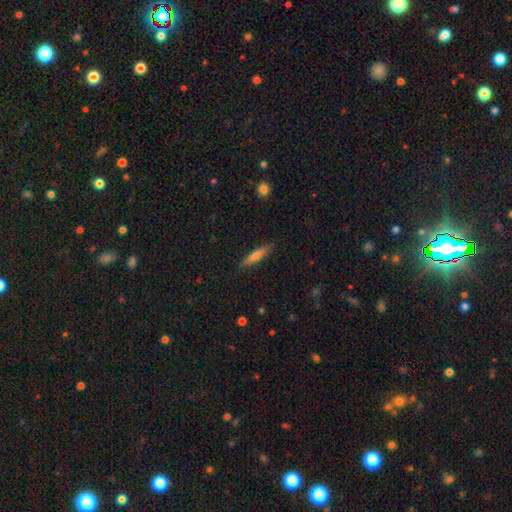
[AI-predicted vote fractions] A smooth galaxy with no disk features (58%) that is cigar-shaped (85%). Merging: none (88%).